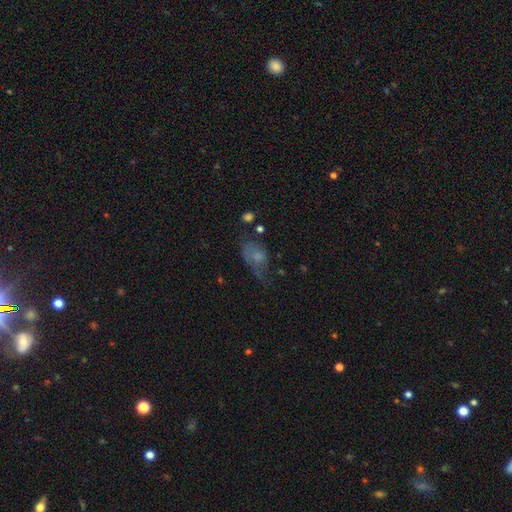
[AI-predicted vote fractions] Smooth or featured? smooth (52%)
How rounded? in between (83%)
Merging? major disturbance (35%)